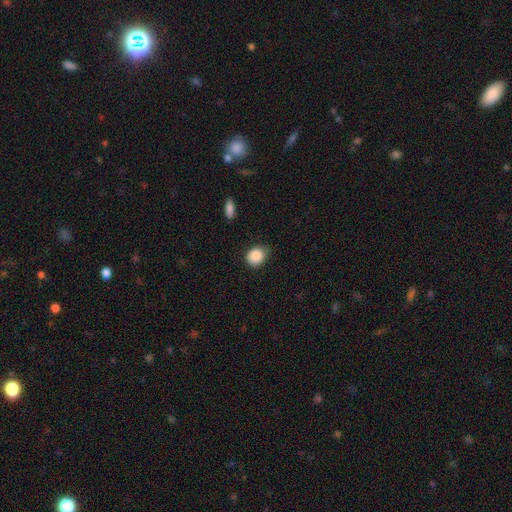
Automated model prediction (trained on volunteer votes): Smooth or featured: smooth — 87% (star or artifact — 9%)
How rounded: round — 68% (in between — 31%)
Merging: none — 75% (minor disturbance — 20%)